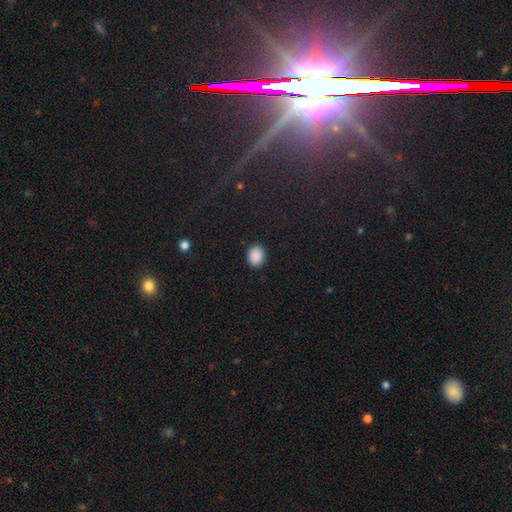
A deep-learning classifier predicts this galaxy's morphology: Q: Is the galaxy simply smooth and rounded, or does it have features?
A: smooth — 90%.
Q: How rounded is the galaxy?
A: in between — 54%.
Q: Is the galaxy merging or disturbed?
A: none — 90%.